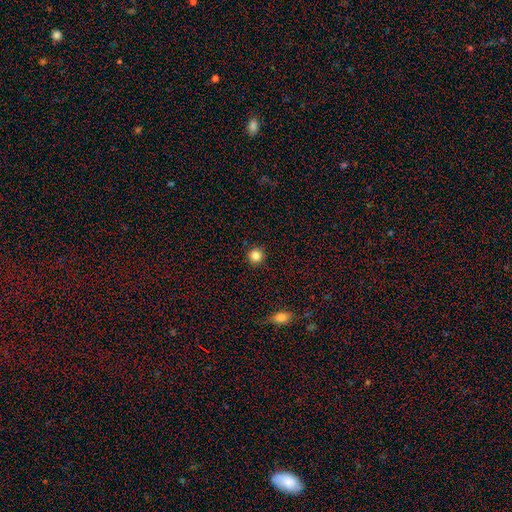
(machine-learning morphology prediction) A smooth galaxy with no disk features (85%) that is round (95%). Merging: none (92%).